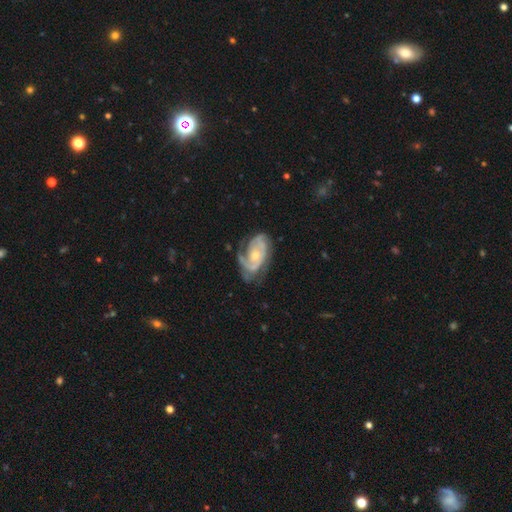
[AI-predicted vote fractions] Smooth or featured?
  - featured or disk: 87% *
  - smooth: 8%
  - star or artifact: 5%
Edge-on disk?
  - no: 97% *
  - yes: 3%
Bar?
  - no: 69% *
  - weak: 25%
  - strong: 6%
Spiral arms?
  - yes: 96% *
  - no: 4%
Spiral winding?
  - tight: 55% *
  - medium: 36%
  - loose: 9%
Spiral arm count?
  - 2: 55% *
  - 3: 17%
  - can't tell: 15%
  - 1: 7%
  - 4: 3%
  - more than 4: 3%
Bulge size?
  - small: 50% *
  - moderate: 44%
  - none: 3%
  - large: 2%
  - dominant: 1%
Merging?
  - none: 61% *
  - minor disturbance: 23%
  - major disturbance: 14%
  - merger: 2%